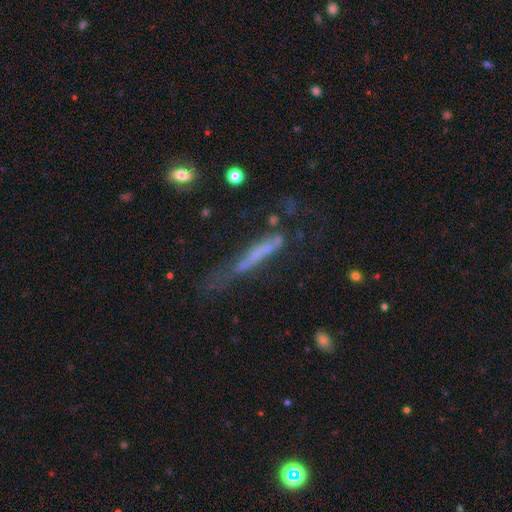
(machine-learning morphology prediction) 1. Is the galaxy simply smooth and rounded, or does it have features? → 48% featured or disk, 36% smooth, 15% star or artifact.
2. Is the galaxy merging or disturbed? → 47% none, 25% minor disturbance, 23% major disturbance, 5% merger.